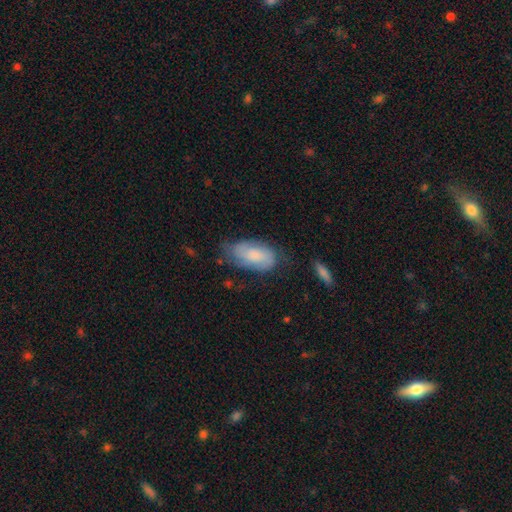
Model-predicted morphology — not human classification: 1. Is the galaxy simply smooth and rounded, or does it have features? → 62% smooth, 30% featured or disk, 7% star or artifact.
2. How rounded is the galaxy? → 93% in between, 4% cigar-shaped, 4% round.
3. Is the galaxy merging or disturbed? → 55% none, 30% minor disturbance, 11% major disturbance, 3% merger.